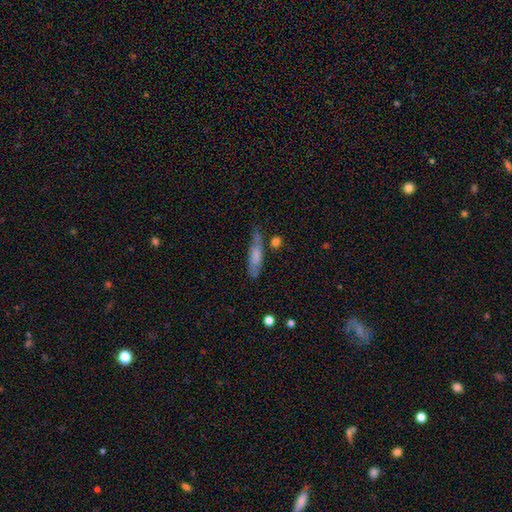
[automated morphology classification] A smooth galaxy with no disk features (66%) that is cigar-shaped (69%). Merging: none (57%).